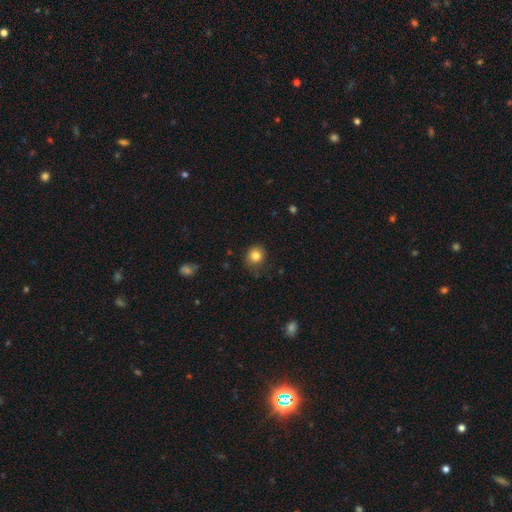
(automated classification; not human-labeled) Morphology: type=smooth (82%); roundness=round (81%); merging=none (77%).